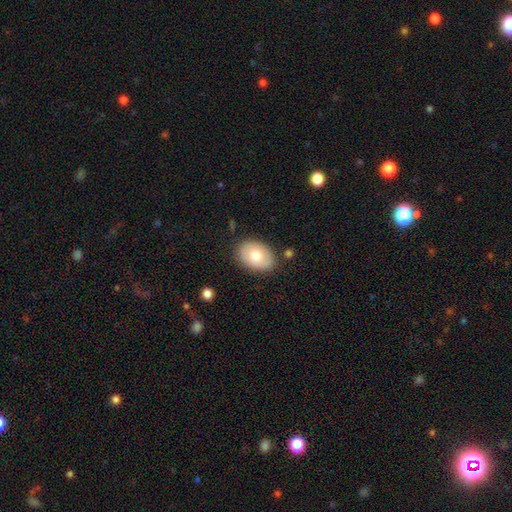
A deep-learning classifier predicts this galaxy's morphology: A smooth galaxy with no disk features (75%) that is in between round and cigar-shaped (83%). Merging: none (84%).